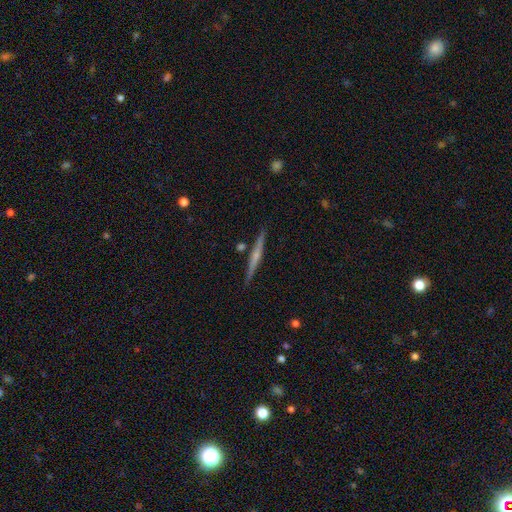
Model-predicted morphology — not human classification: This is likely a featured or disk galaxy (66%). It is clearly viewed edge-on (98%). Edge-on bulge: possibly rounded (57%). Merging: clearly none (89%).